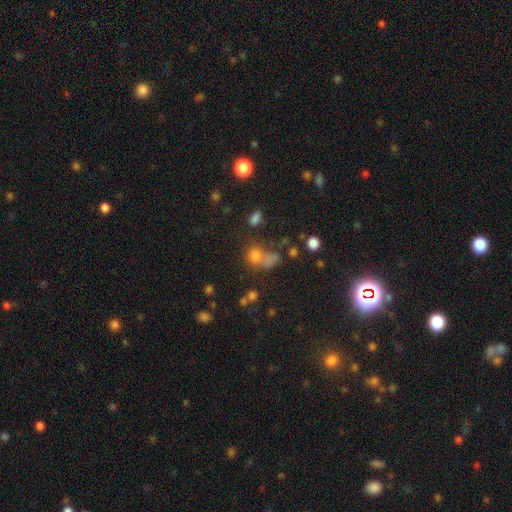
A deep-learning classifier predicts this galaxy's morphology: A smooth galaxy with no disk features (68%) that is round (63%). Merging: none (42%).